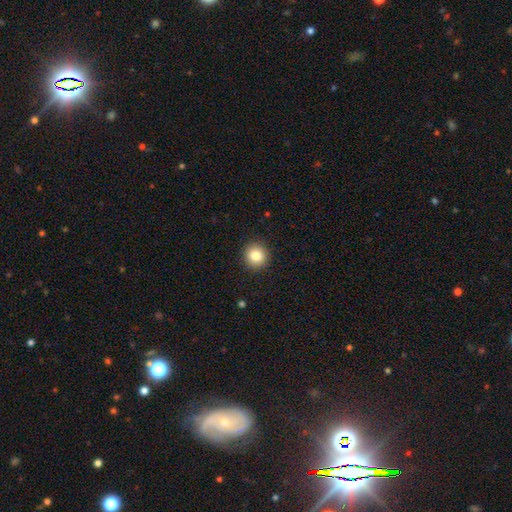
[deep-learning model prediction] The model was most divided on "smooth or featured": smooth: 84%, star or artifact: 10%, featured or disk: 7%. More confident: merging — none (92%); how rounded — round (91%).